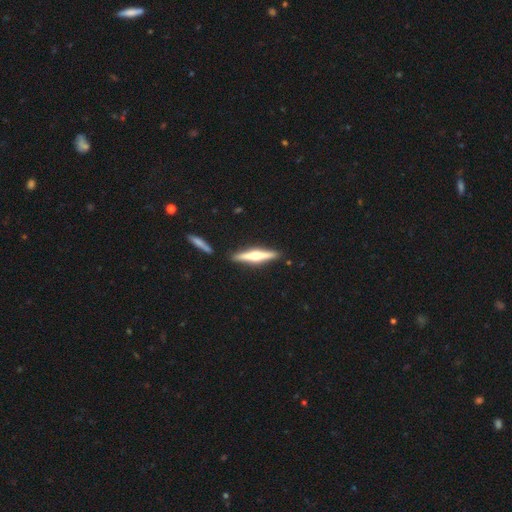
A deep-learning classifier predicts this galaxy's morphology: Smooth or featured? featured or disk (69%)
Edge-on disk? yes (98%)
Edge-on bulge? rounded (91%)
Merging? none (88%)